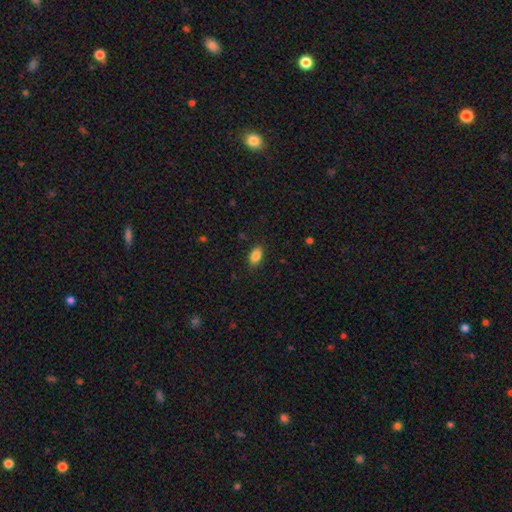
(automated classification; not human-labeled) This is clearly a smooth galaxy (86%). How rounded: clearly in between (90%). Merging: clearly none (88%).